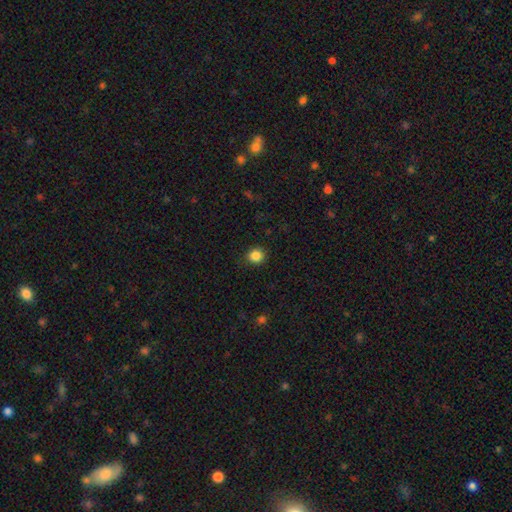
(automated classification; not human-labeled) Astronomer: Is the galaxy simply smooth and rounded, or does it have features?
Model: smooth — 86%.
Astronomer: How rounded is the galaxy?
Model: round — 90%.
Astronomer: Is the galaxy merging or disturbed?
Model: none — 90%.